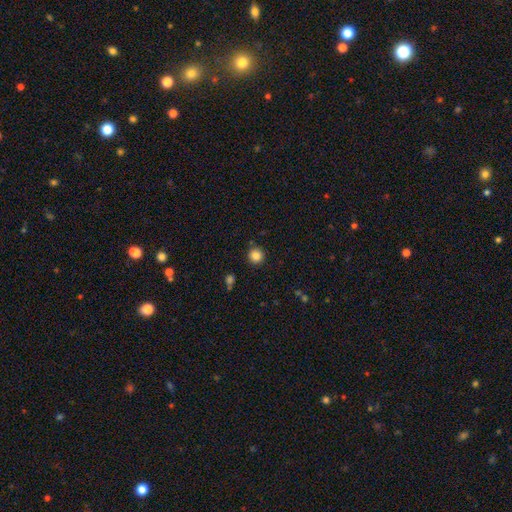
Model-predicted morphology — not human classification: smooth-or-featured: smooth: 85% | star or artifact: 11% | featured or disk: 5%
  how-rounded: round: 95% | in between: 4% | cigar-shaped: 1%
  merging: none: 88% | minor disturbance: 7% | merger: 3% | major disturbance: 2%